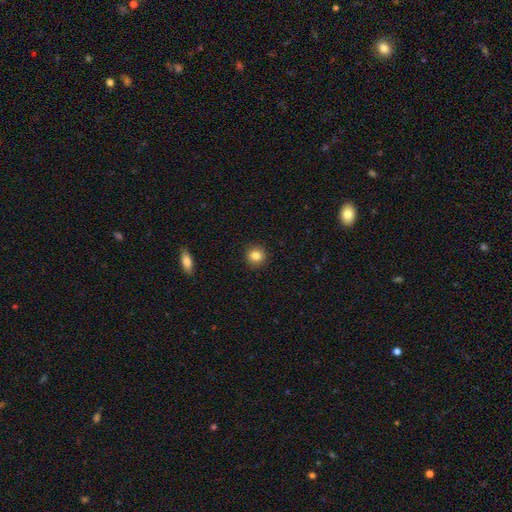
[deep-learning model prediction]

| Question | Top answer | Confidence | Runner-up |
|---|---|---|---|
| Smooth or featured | smooth | 84% | star or artifact (10%) |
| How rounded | round | 91% | in between (8%) |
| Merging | none | 92% | minor disturbance (5%) |